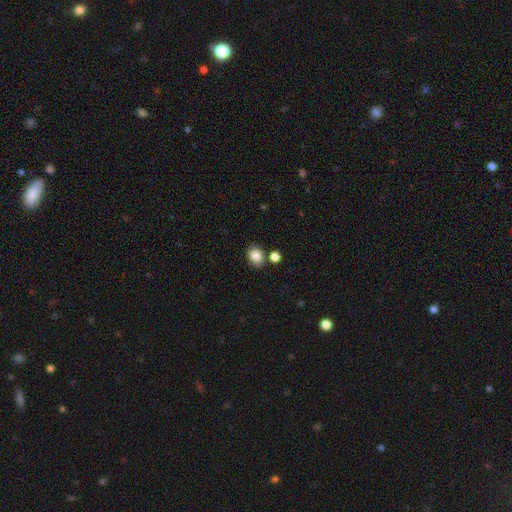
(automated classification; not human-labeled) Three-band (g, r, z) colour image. It shows a smooth galaxy with no disk features (85%) that is round (50%). Merging: none (77%).